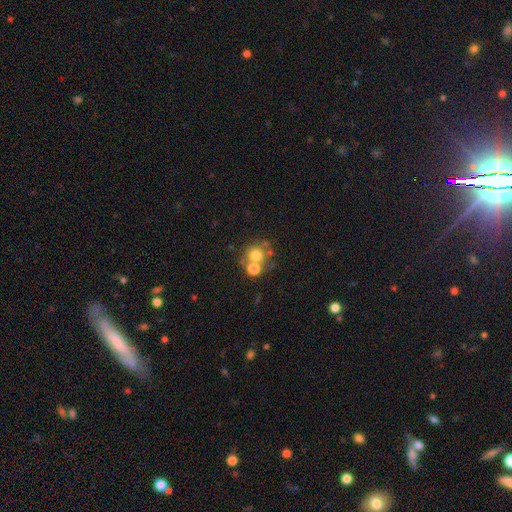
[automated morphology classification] A smooth galaxy with no disk features (68%) that is round (85%). Merging: none (49%).